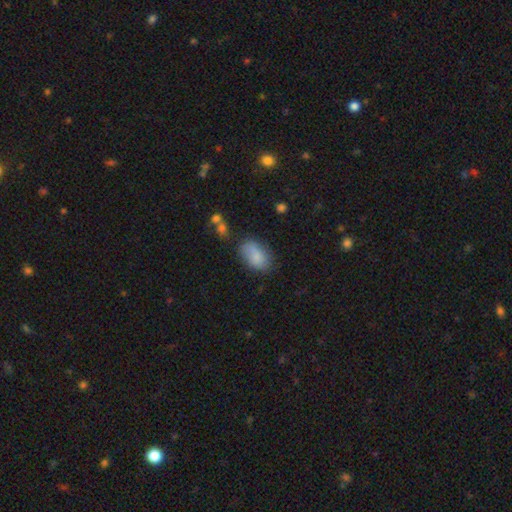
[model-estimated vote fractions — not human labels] Smooth or featured: smooth — 82% (featured or disk — 10%)
How rounded: in between — 90% (round — 8%)
Merging: none — 60% (minor disturbance — 26%)